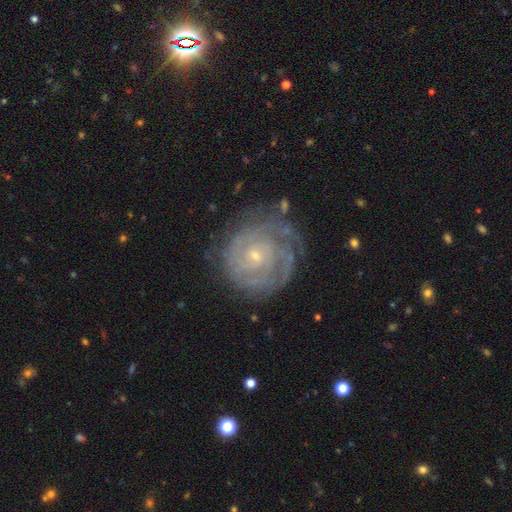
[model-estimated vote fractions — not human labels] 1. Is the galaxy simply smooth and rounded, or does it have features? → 84% featured or disk, 10% smooth, 7% star or artifact.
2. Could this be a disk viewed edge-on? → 98% no, 2% yes.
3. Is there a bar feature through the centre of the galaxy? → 73% no, 22% weak, 5% strong.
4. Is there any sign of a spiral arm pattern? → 95% yes, 5% no.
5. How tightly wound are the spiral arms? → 80% tight, 17% medium, 4% loose.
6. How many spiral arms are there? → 35% can't tell, 23% 2, 20% 3, 10% 4, 6% 1, 6% more than 4.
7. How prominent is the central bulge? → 74% small, 22% moderate, 2% none, 1% large, 1% dominant.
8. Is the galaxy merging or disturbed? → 72% none, 18% minor disturbance, 8% major disturbance, 2% merger.